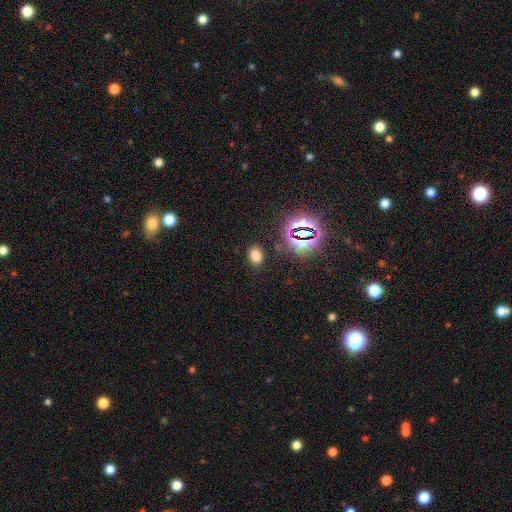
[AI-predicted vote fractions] smooth-or-featured: smooth: 70% | star or artifact: 24% | featured or disk: 6%
  how-rounded: in between: 79% | round: 19% | cigar-shaped: 1%
  merging: none: 84% | minor disturbance: 10% | major disturbance: 4% | merger: 2%